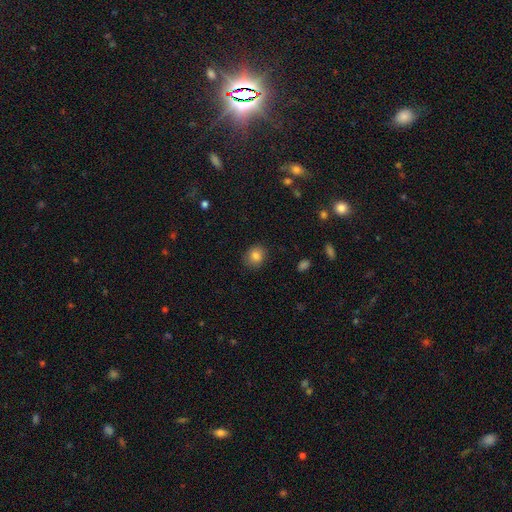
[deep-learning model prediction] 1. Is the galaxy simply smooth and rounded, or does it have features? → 83% smooth, 11% star or artifact, 7% featured or disk.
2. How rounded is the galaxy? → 69% round, 30% in between, 1% cigar-shaped.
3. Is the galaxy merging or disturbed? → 86% none, 11% minor disturbance, 3% major disturbance, 1% merger.